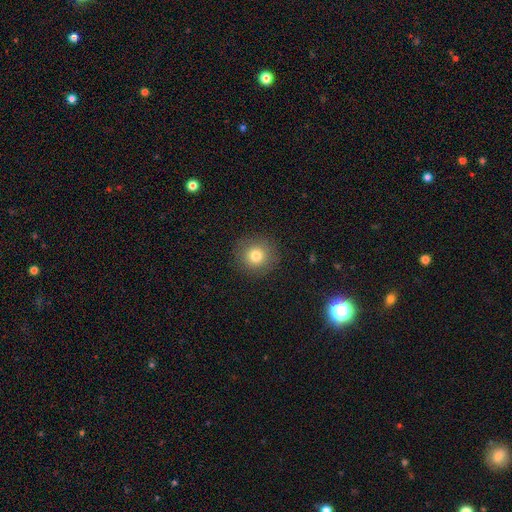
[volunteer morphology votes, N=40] Smooth or featured: smooth — 85% (star or artifact — 10%)
How rounded: round — 100%
Merging: none — 97% (minor disturbance — 3%)